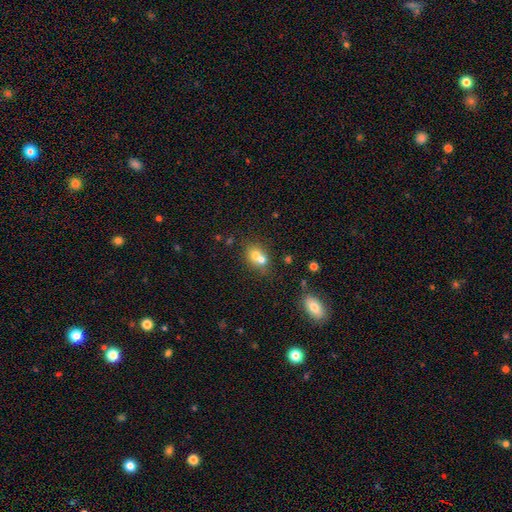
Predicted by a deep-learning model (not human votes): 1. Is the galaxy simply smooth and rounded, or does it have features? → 68% smooth, 20% featured or disk, 13% star or artifact.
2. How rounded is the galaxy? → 54% round, 45% in between, 2% cigar-shaped.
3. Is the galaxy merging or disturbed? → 59% merger, 30% none, 8% minor disturbance, 4% major disturbance.